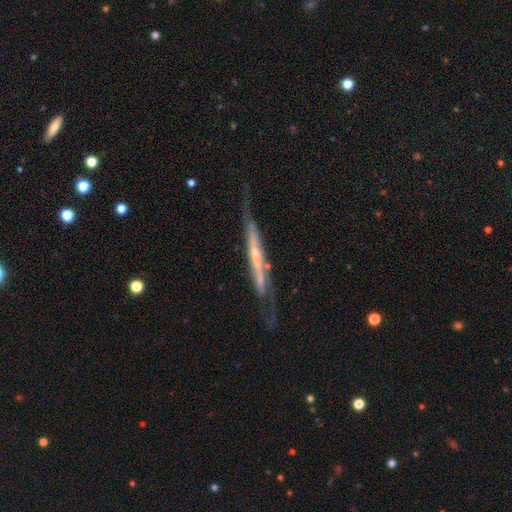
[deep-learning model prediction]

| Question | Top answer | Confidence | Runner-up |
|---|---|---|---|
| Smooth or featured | featured or disk | 75% | smooth (20%) |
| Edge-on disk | yes | 83% | no (17%) |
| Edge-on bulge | none | 69% | rounded (20%) |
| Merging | none | 61% | minor disturbance (23%) |